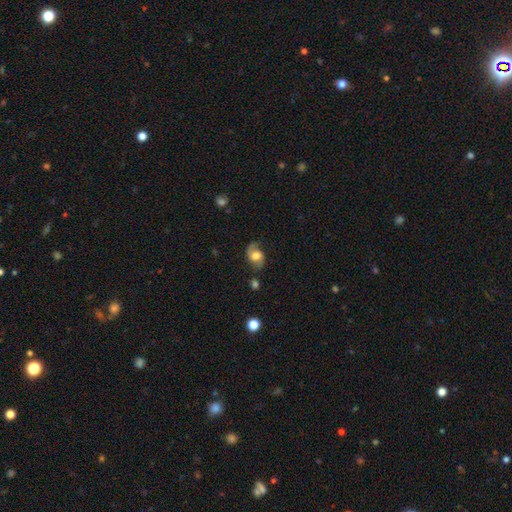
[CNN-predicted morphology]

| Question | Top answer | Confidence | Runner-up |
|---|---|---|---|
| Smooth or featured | featured or disk | 68% | smooth (25%) |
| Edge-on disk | no | 97% | yes (3%) |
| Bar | no | 51% | weak (39%) |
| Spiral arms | yes | 91% | no (9%) |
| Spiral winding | medium | 45% | loose (41%) |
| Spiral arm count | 2 | 88% | 1 (5%) |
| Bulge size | moderate | 51% | large (33%) |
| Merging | none | 71% | minor disturbance (19%) |